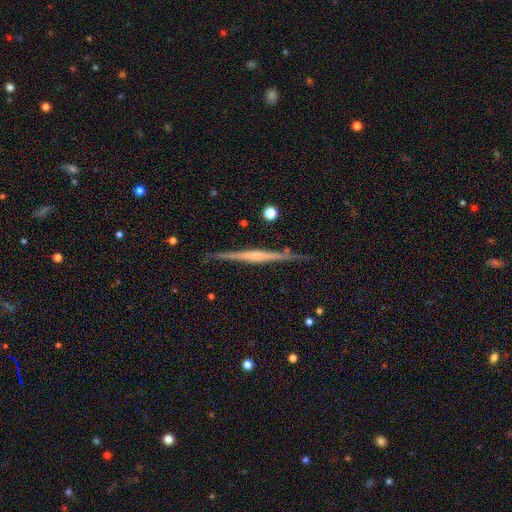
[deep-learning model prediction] Smooth or featured? Predicted: featured or disk (p=0.77). Edge-on disk? Predicted: yes (p=0.98). Edge-on bulge? Predicted: rounded (p=0.45). Merging? Predicted: none (p=0.87).